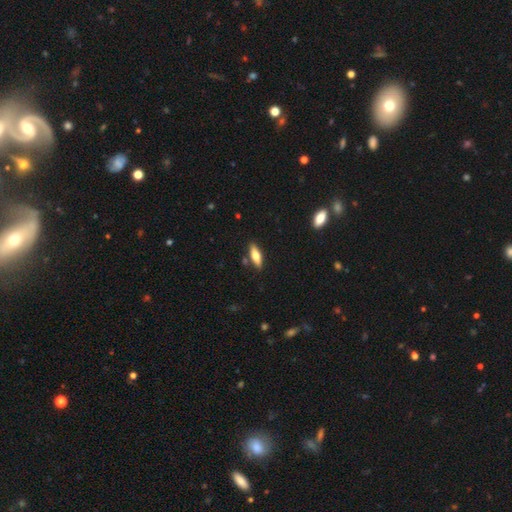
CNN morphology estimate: This is likely a smooth galaxy (65%). How rounded: possibly in between (51%). Merging: clearly none (83%).